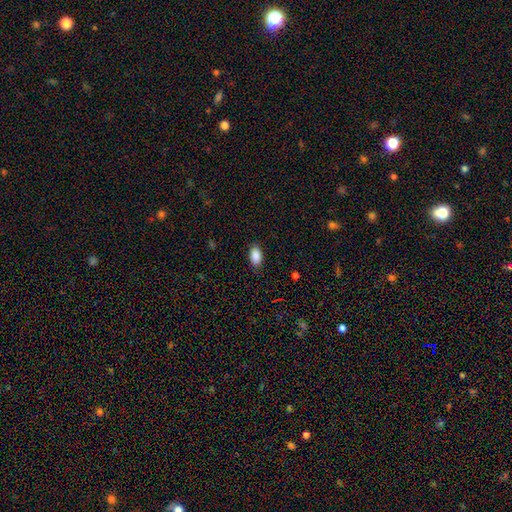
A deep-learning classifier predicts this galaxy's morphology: Smooth or featured? smooth (89%)
How rounded? in between (93%)
Merging? none (86%)